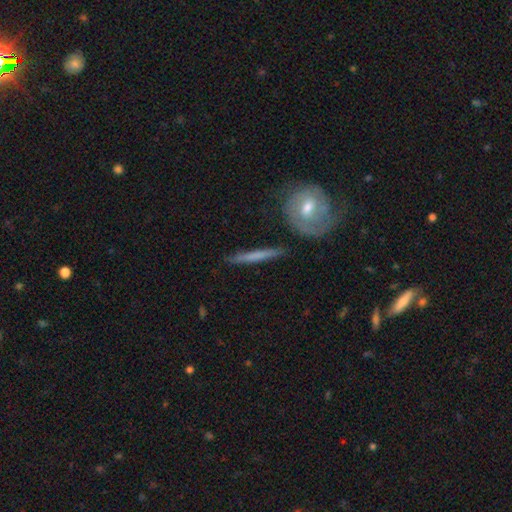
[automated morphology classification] This is possibly a smooth galaxy (50%). Merging: clearly none (87%).